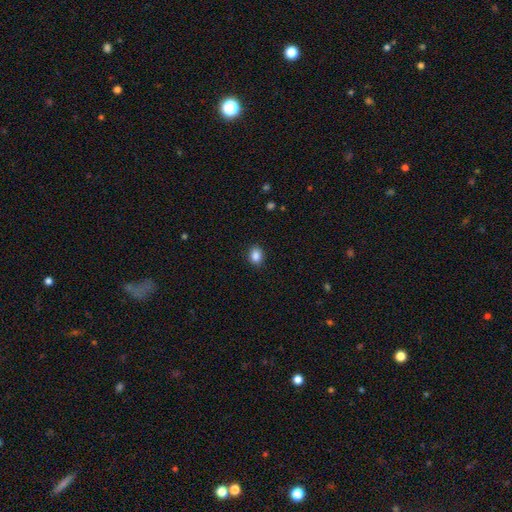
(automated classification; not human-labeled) smooth 87%, star or artifact 9%, featured or disk 4%. Down the decision tree: how rounded — in between (54%); merging — none (89%).